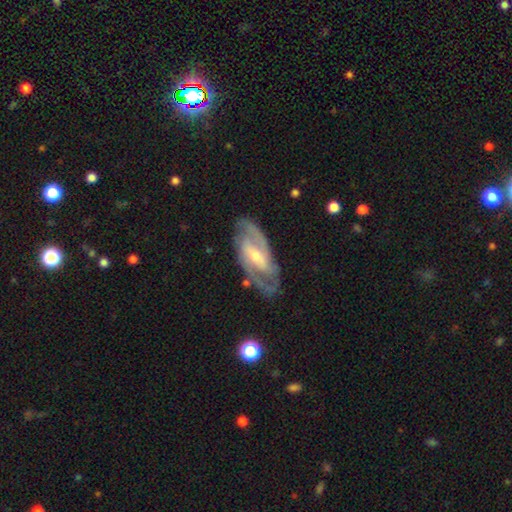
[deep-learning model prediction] This is clearly a featured or disk galaxy (86%). It is clearly not viewed edge-on (94%). Bar: marginally weak (42%). Spiral arm pattern: clearly yes (95%). Spiral arm count: likely 2 (79%). Spiral winding: possibly medium (50%). Central bulge: possibly small (49%). Merging: likely none (77%).